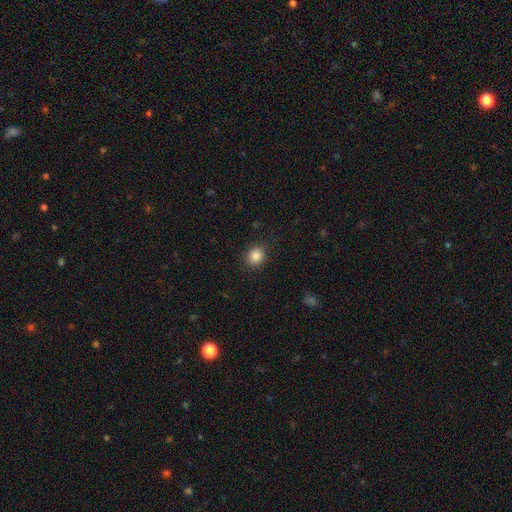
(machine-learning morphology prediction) Smooth or featured? Predicted: smooth (p=0.86). How rounded? Predicted: round (p=0.73). Merging? Predicted: none (p=0.88).